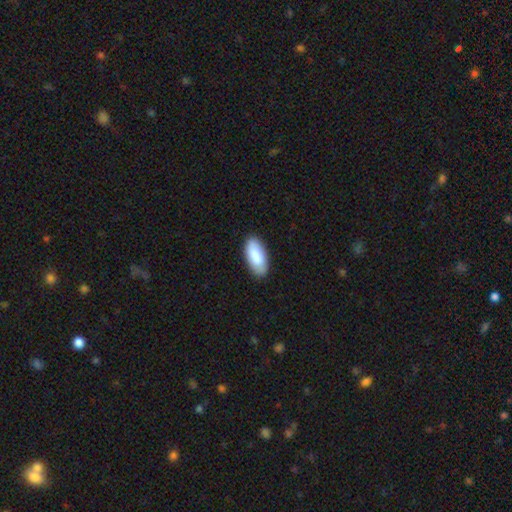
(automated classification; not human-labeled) Overall: smooth (87%). How rounded: in between (91%). Merging: none (88%).